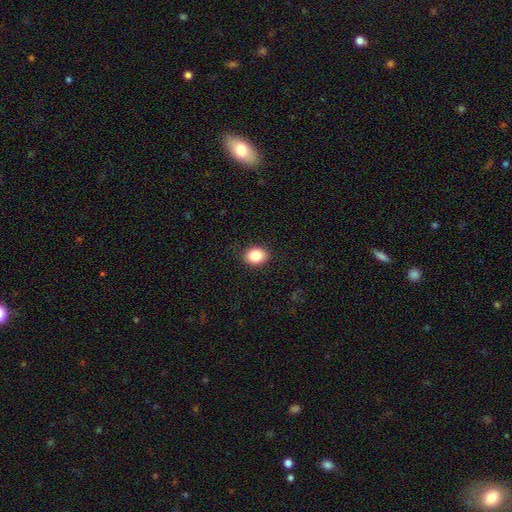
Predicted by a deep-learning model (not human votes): The model was most divided on "how rounded": in between: 54%, round: 45%, cigar-shaped: 1%. More confident: merging — none (90%); smooth or featured — smooth (86%).